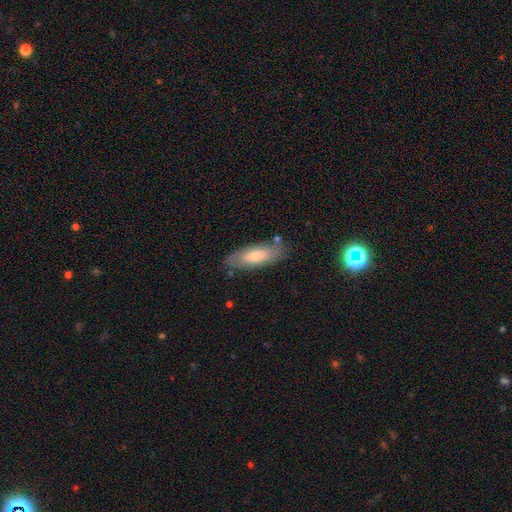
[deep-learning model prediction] Overall: smooth (64%; featured or disk 29%). How rounded: in between (64%; cigar-shaped 34%). Merging: none (80%).